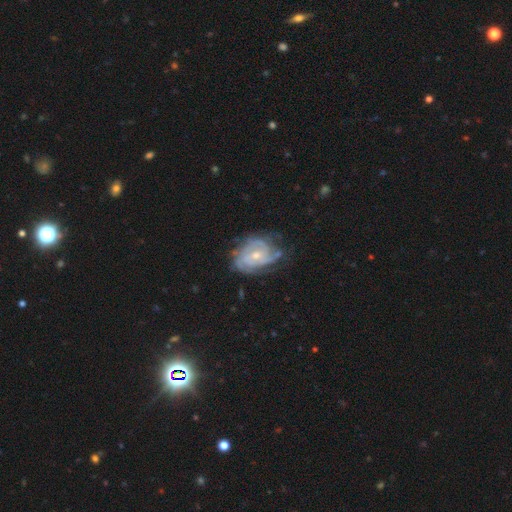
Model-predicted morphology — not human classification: Smooth or featured? featured or disk (85%)
Edge-on disk? no (97%)
Bar? no (60%)
Spiral arms? yes (94%)
Spiral winding? tight (63%)
Spiral arm count? can't tell (30%)
Bulge size? small (48%, tied with moderate)
Merging? none (61%)